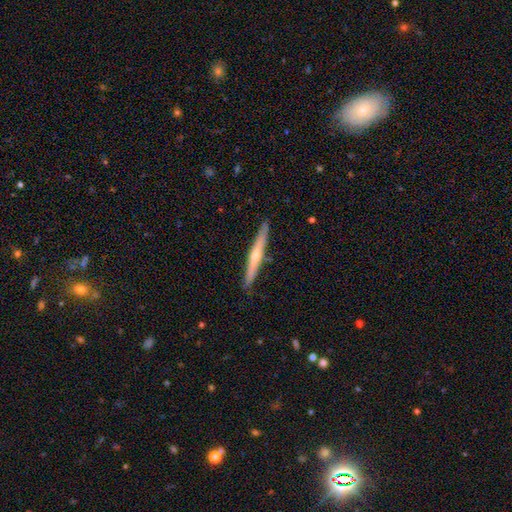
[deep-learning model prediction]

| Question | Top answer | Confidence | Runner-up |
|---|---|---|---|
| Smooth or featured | featured or disk | 63% | smooth (31%) |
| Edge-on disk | yes | 96% | no (4%) |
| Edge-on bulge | rounded | 77% | none (21%) |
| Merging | none | 89% | minor disturbance (8%) |